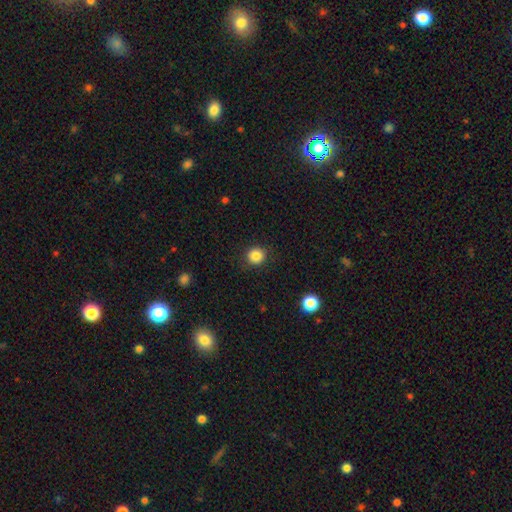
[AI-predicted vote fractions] The model was most divided on "smooth or featured": smooth: 85%, star or artifact: 11%, featured or disk: 4%. More confident: how rounded — round (91%); merging — none (89%).